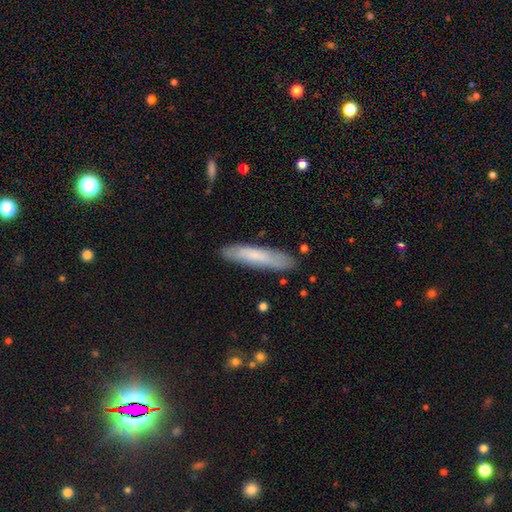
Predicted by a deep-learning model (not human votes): A smooth galaxy with no disk features (69%) that is cigar-shaped (86%). Merging: none (85%).